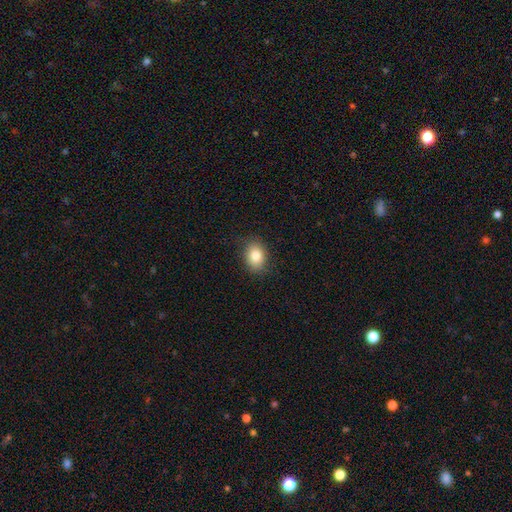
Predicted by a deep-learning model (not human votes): Smooth or featured: smooth — 82% (star or artifact — 9%)
How rounded: in between — 65% (round — 34%)
Merging: none — 83% (minor disturbance — 13%)